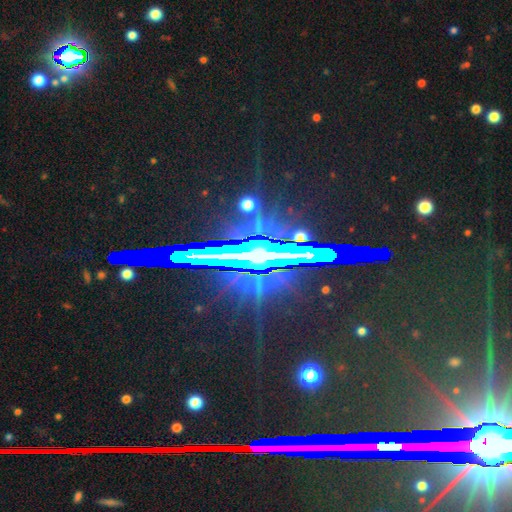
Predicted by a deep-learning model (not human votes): A star or artifact, not a galaxy (73%).